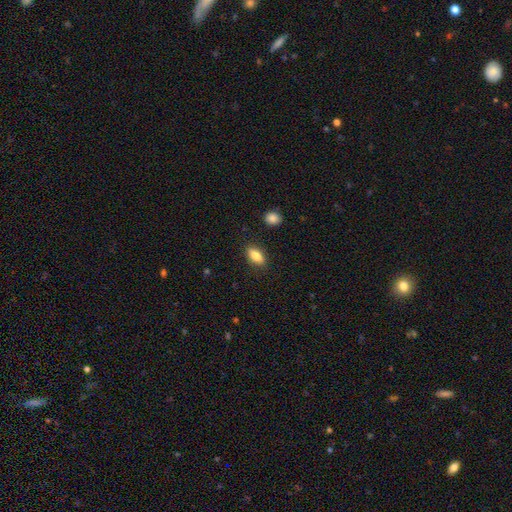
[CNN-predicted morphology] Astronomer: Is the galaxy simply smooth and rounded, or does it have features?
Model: smooth — 83%.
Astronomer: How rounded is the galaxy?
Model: in between — 85%.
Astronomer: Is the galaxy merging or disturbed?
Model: none — 87%.